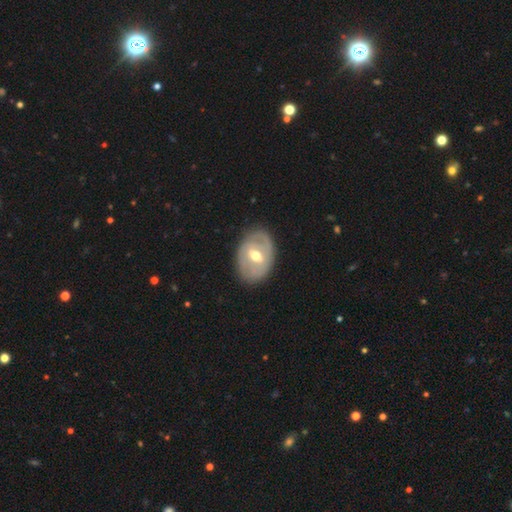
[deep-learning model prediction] smooth_or_featured: featured or disk (p=0.67) [alt: smooth p=0.28]
disk_edge_on: no (p=0.94) [alt: yes p=0.06]
bar: weak (p=0.49) [alt: no p=0.26]
has_spiral_arms: yes (p=0.52) [alt: no p=0.48]
bulge_size: moderate (p=0.75) [alt: small p=0.17]
merging: none (p=0.78) [alt: minor disturbance p=0.16]